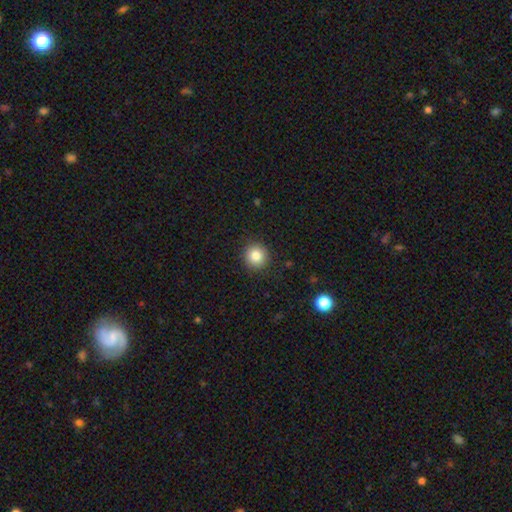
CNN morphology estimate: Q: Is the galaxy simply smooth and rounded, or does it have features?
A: smooth — 84%.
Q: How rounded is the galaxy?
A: round — 93%.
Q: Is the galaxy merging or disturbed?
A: none — 91%.